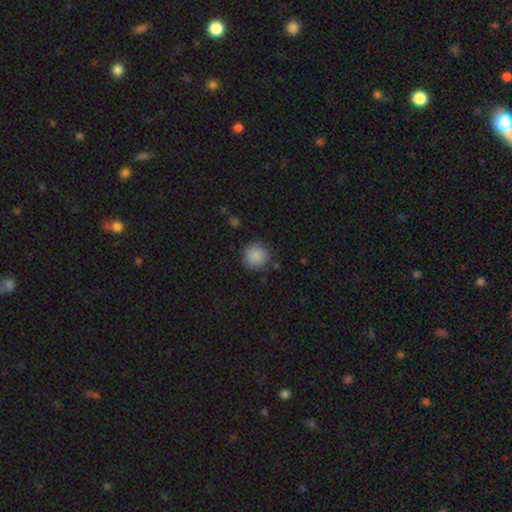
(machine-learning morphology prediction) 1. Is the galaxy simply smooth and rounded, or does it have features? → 88% smooth, 8% star or artifact, 4% featured or disk.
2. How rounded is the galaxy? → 93% round, 6% in between, 1% cigar-shaped.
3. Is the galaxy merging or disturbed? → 84% none, 11% minor disturbance, 3% major disturbance, 2% merger.